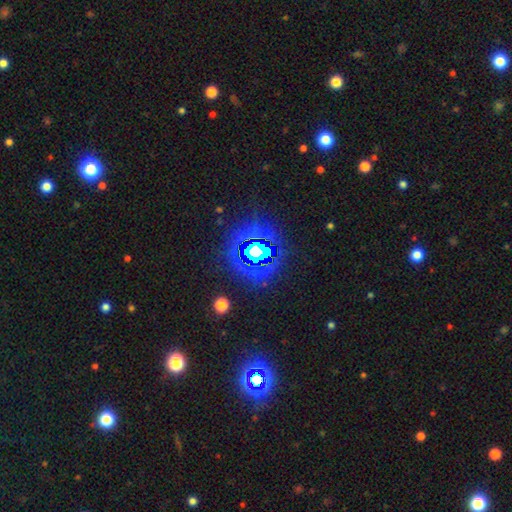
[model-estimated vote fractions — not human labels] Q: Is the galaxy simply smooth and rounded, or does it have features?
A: star or artifact — 84%.